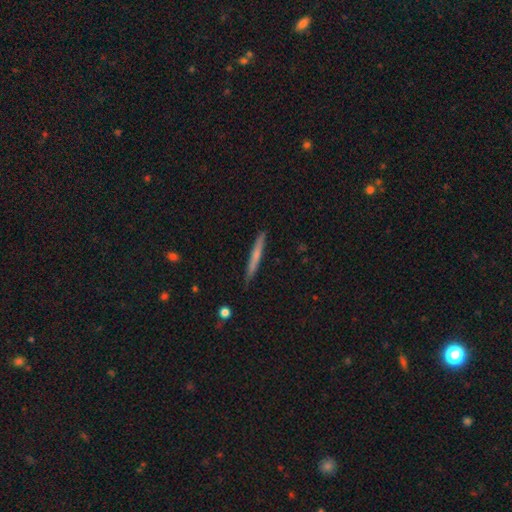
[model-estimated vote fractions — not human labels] The model was most divided on "smooth or featured": smooth: 59%, featured or disk: 35%, star or artifact: 6%. More confident: how rounded — cigar-shaped (96%); merging — none (88%).